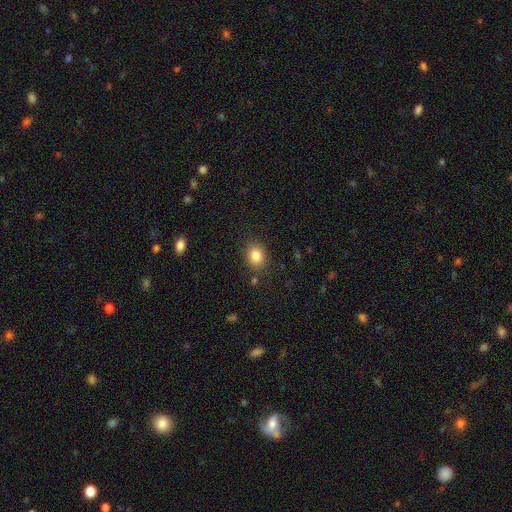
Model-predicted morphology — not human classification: A smooth galaxy with no disk features (84%) that is in between round and cigar-shaped (53%).

Vote fractions:
- Smooth or featured? smooth: 84% / star or artifact: 10% / featured or disk: 6%
- How rounded? in between: 53% / round: 46% / cigar-shaped: 1%
- Merging? none: 84% / minor disturbance: 11% / major disturbance: 3% / merger: 2%